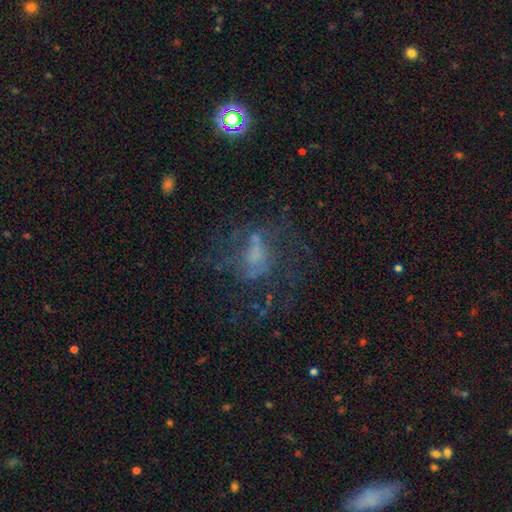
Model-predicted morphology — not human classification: type=featured or disk (57%); edge-on=no (97%); bar=no (67%); spiral arms=yes (55%); bulge=none (33%); merging=none (50%).